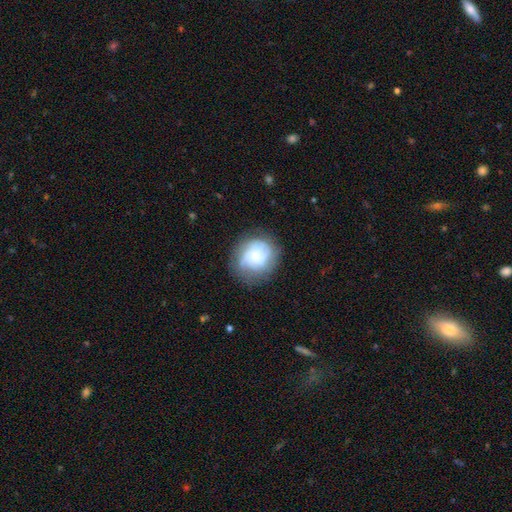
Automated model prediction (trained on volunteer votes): The model was most divided on "spiral arm count": can't tell: 36%, 3: 25%, 2: 20%, 4: 8%, 1: 5%, more than 4: 5%. More confident: edge-on disk — no (98%); spiral arms — yes (87%); bar — no (73%); merging — none (71%); bulge size — small (62%); smooth or featured — featured or disk (61%); spiral winding — tight (52%).